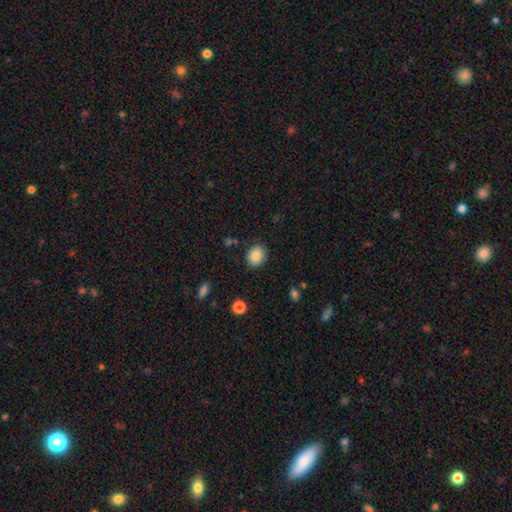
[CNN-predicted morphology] smooth-or-featured: smooth: 87% | star or artifact: 9% | featured or disk: 5%
  how-rounded: round: 55% | in between: 44% | cigar-shaped: 1%
  merging: none: 86% | minor disturbance: 10% | major disturbance: 3% | merger: 2%